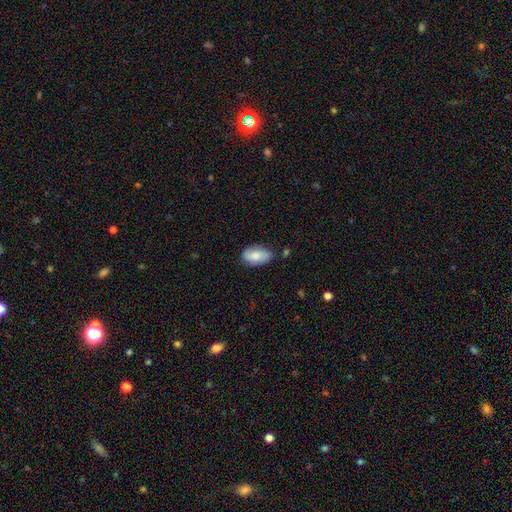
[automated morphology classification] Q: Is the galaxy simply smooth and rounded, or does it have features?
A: smooth — 69%.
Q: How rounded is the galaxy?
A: in between — 93%.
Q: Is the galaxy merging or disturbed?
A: none — 75%.